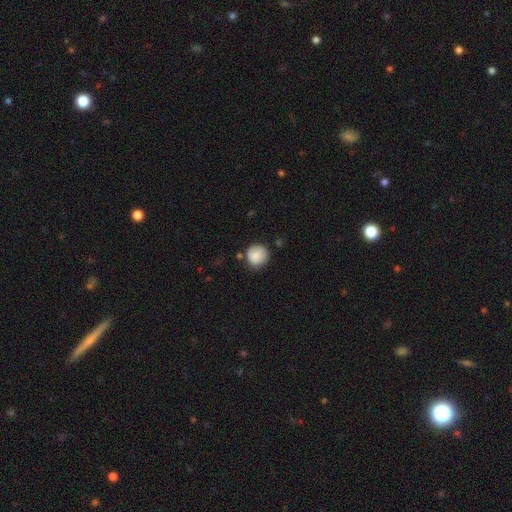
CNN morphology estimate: A smooth galaxy with no disk features (87%) that is round (90%).

Vote fractions:
- Smooth or featured? smooth: 87% / star or artifact: 7% / featured or disk: 6%
- How rounded? round: 90% / in between: 9% / cigar-shaped: 1%
- Merging? none: 76% / minor disturbance: 17% / major disturbance: 4% / merger: 3%